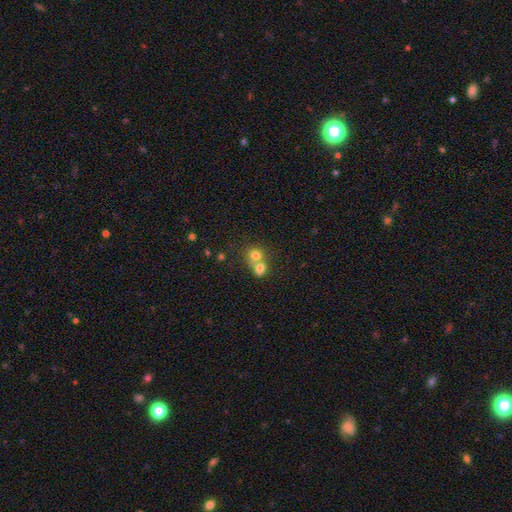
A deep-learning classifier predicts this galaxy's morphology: Overall: smooth (74%). How rounded: round (76%). Merging: merger (62%; none 30%).